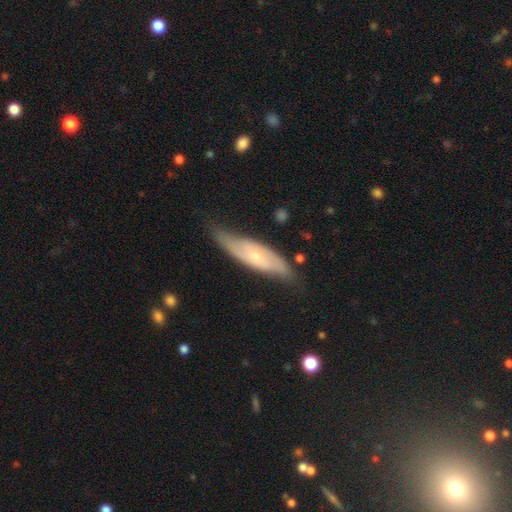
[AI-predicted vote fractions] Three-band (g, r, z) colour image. It shows a featured or disk galaxy (60%). Merging: none (64%).